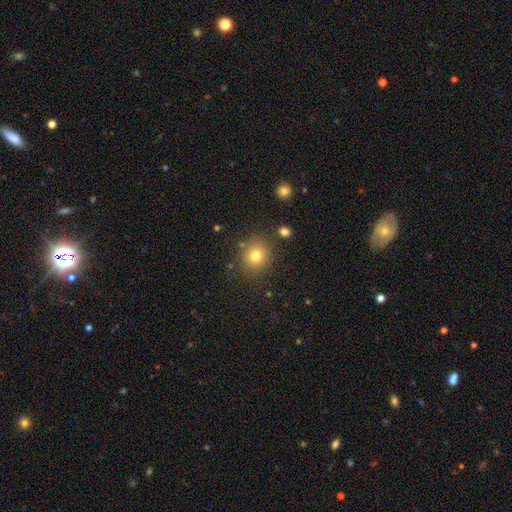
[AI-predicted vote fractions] Smooth or featured?
  - smooth: 78% *
  - star or artifact: 13%
  - featured or disk: 9%
How rounded?
  - round: 86% *
  - in between: 13%
  - cigar-shaped: 1%
Merging?
  - none: 84% *
  - minor disturbance: 9%
  - merger: 4%
  - major disturbance: 3%